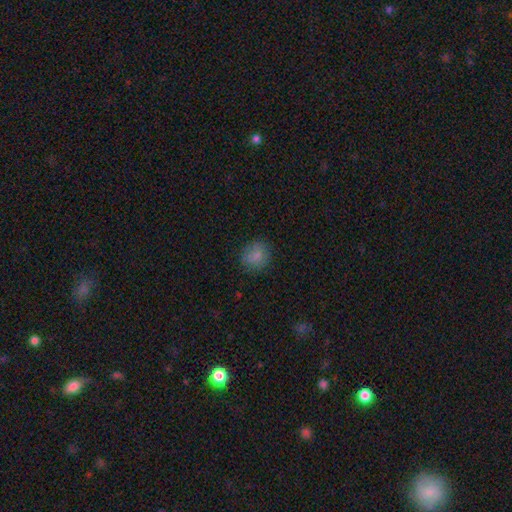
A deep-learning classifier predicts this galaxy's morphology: smooth-or-featured: smooth: 80% | featured or disk: 10% | star or artifact: 10%
  how-rounded: round: 76% | in between: 23% | cigar-shaped: 1%
  merging: none: 79% | minor disturbance: 15% | major disturbance: 5% | merger: 2%